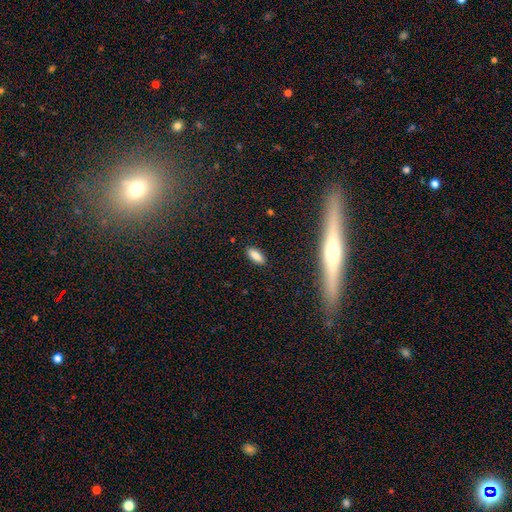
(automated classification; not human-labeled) Smooth or featured: smooth — 83% (star or artifact — 10%)
How rounded: in between — 77% (cigar-shaped — 20%)
Merging: none — 88% (minor disturbance — 9%)